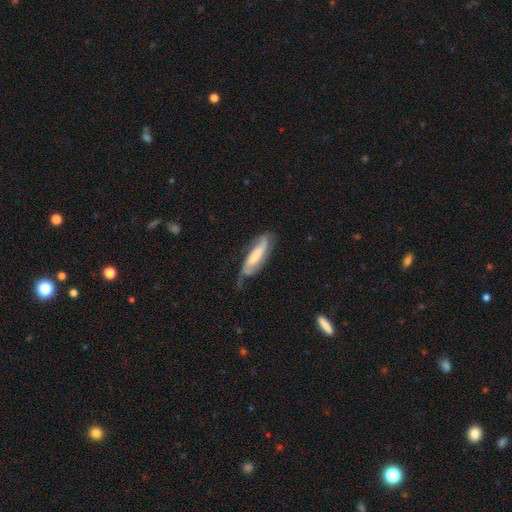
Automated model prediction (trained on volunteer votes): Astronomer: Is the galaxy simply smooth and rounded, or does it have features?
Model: featured or disk — 52% (runner-up: smooth, 42%).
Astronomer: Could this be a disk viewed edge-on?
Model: no — 73%.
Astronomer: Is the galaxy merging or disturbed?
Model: none — 49% (runner-up: minor disturbance, 33%).